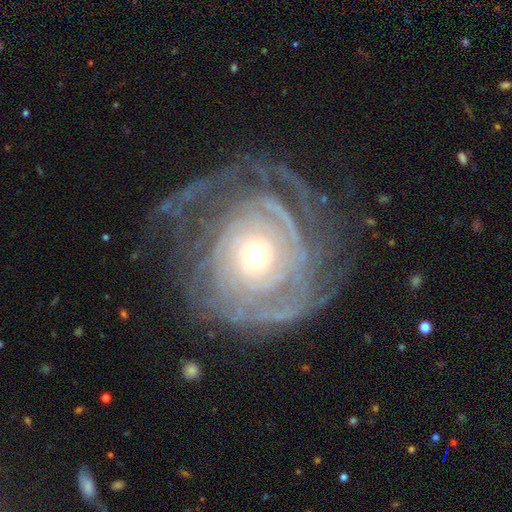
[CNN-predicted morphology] smooth_or_featured: featured or disk (p=0.85) [alt: smooth p=0.08]
disk_edge_on: no (p=0.97) [alt: yes p=0.03]
bar: no (p=0.81) [alt: weak p=0.14]
has_spiral_arms: yes (p=0.92) [alt: no p=0.08]
spiral_winding: tight (p=0.78) [alt: medium p=0.17]
spiral_arm_count: can't tell (p=0.39) [alt: more than 4 p=0.14]
bulge_size: moderate (p=0.50) [alt: small p=0.41]
merging: none (p=0.62) [alt: minor disturbance p=0.19]